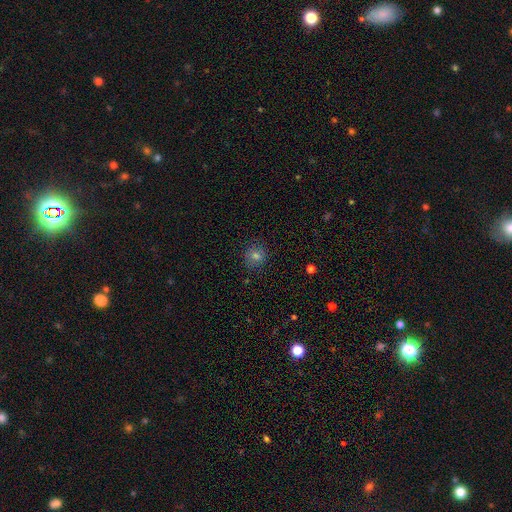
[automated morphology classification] This appears to be a smooth galaxy with no disk features (67%) that is round (83%). Merging: none (85%).